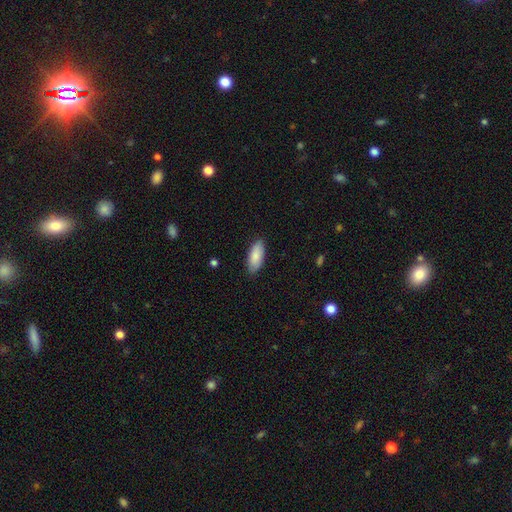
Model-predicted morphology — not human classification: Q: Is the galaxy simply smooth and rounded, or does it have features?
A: smooth — 86%.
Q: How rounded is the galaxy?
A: in between — 84%.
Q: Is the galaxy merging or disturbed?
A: none — 84%.